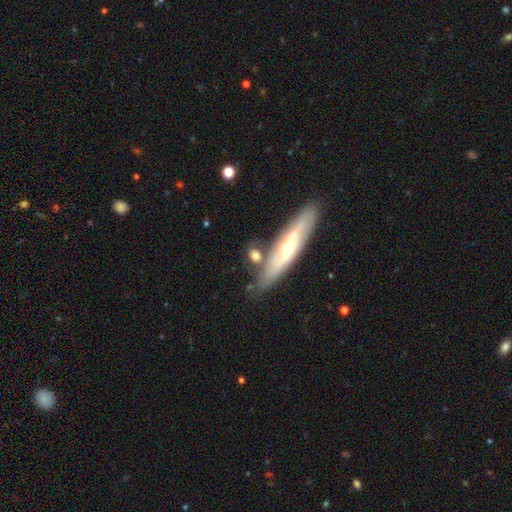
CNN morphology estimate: Overall: smooth (60%; featured or disk 33%). How rounded: in between (40%; cigar-shaped 39%). Merging: none (62%).